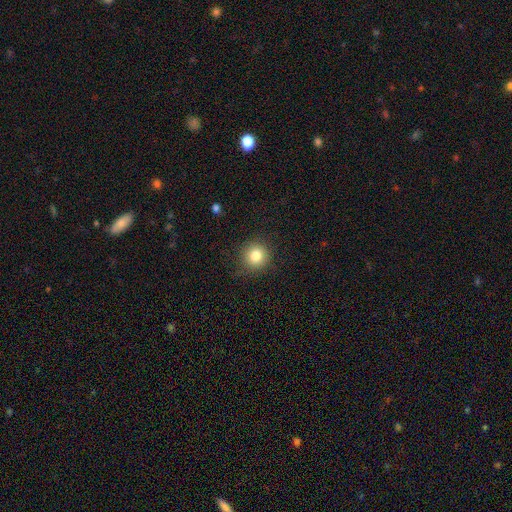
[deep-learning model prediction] Q: Smooth or featured?
A: smooth (82%); runner-up: star or artifact (11%)
Q: How rounded?
A: round (92%); runner-up: in between (7%)
Q: Merging?
A: none (85%); runner-up: minor disturbance (11%)